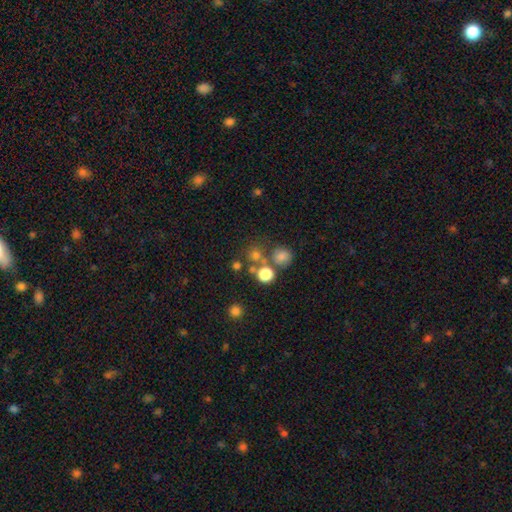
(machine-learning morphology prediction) Smooth or featured: smooth — 65% (star or artifact — 25%)
How rounded: round — 88% (in between — 11%)
Merging: none — 63% (merger — 25%)